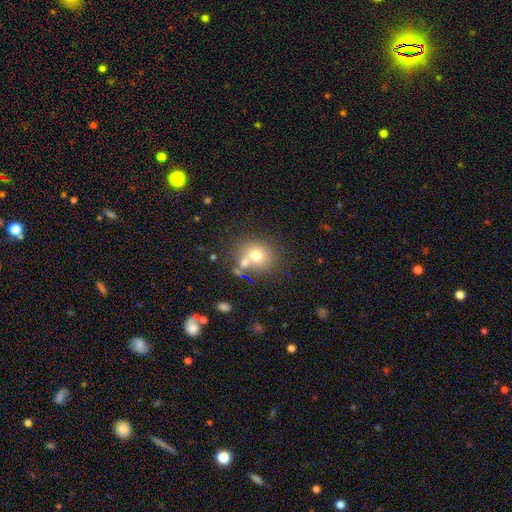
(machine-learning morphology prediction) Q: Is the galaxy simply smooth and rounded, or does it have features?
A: smooth — 71%.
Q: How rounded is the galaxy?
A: round — 74%.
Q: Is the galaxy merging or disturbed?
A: none — 56%.